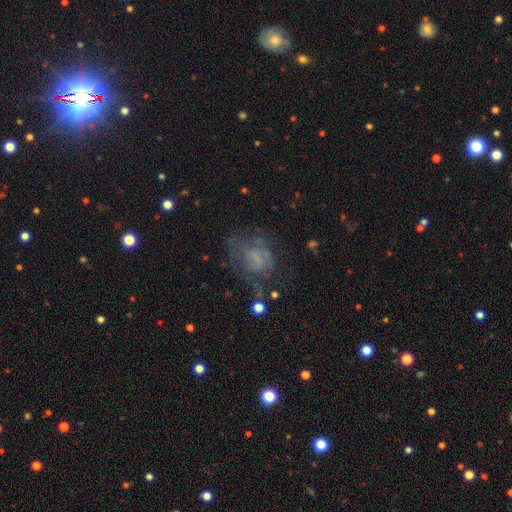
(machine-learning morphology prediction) Overall: featured or disk (44%; smooth 37%). Merging: none (48%; major disturbance 28%).